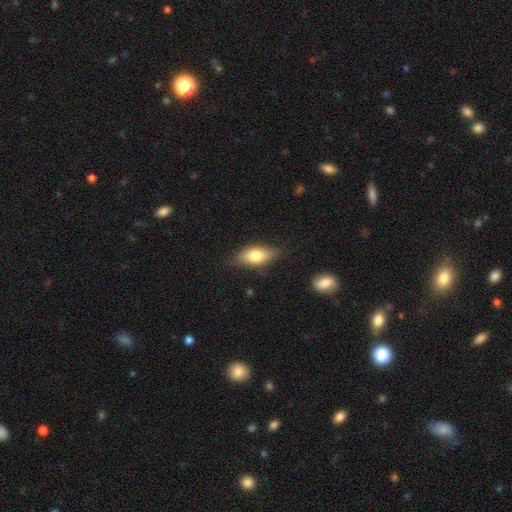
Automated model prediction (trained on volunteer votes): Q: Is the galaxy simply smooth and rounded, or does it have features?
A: smooth — 76%.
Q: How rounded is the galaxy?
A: in between — 85%.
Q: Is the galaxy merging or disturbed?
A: none — 77%.